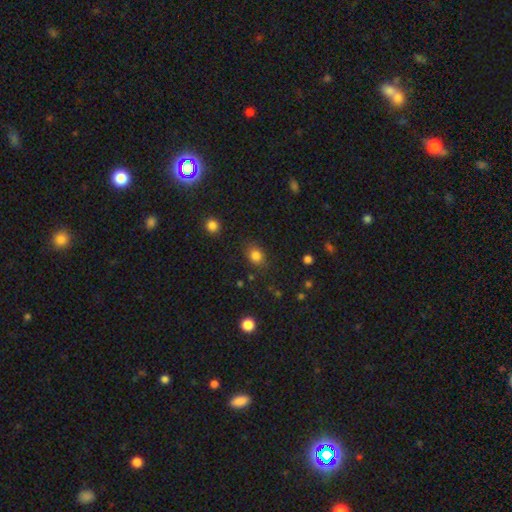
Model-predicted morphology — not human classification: Smooth or featured? smooth (82%)
How rounded? in between (50%)
Merging? none (80%)